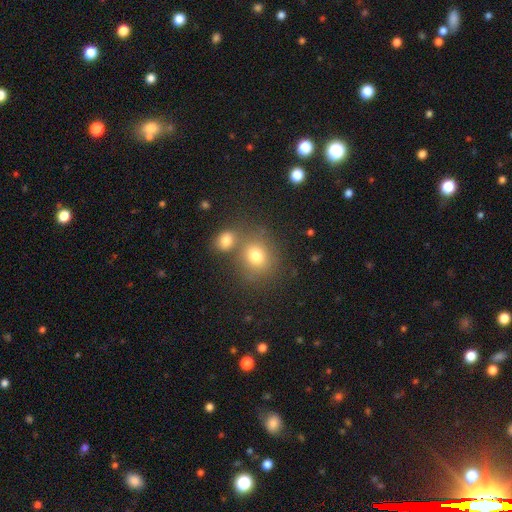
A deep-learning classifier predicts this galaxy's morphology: type=smooth (76%); roundness=round (74%); merging=none (58%).